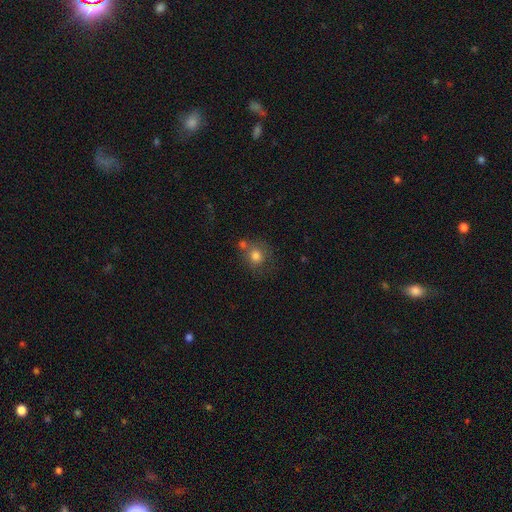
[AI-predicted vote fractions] This appears to be a smooth galaxy with no disk features (77%) that is round (80%). Merging: none (51%).